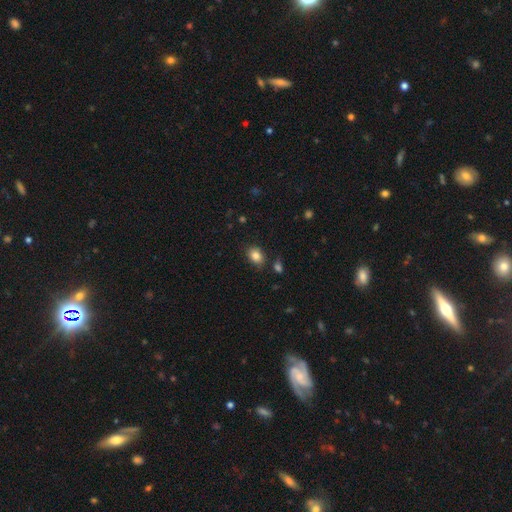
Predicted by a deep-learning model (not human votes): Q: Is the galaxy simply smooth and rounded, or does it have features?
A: smooth — 84%.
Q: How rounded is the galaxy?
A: in between — 65%.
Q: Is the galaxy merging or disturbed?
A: none — 80%.